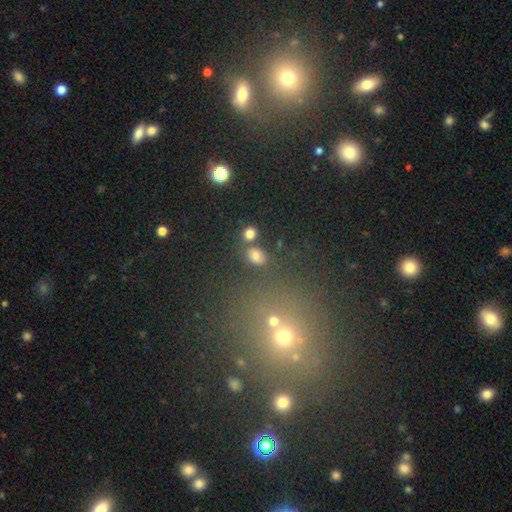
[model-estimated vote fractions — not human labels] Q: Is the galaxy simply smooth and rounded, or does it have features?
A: smooth — 63%.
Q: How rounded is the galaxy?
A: round — 56%.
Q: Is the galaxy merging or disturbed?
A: none — 75%.